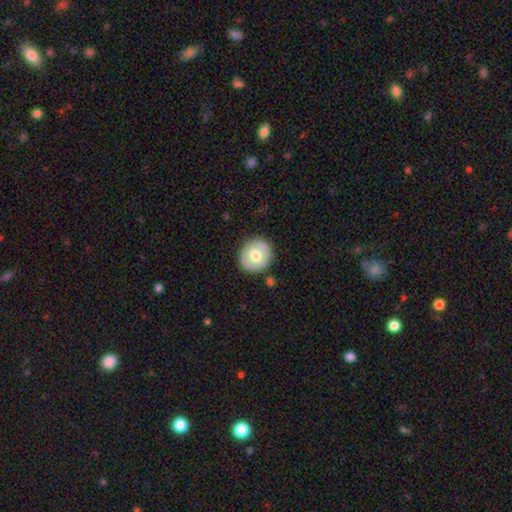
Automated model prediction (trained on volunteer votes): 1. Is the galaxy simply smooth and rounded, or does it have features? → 57% smooth, 37% featured or disk, 6% star or artifact.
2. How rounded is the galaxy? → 80% round, 19% in between, 1% cigar-shaped.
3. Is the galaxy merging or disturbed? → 85% none, 10% minor disturbance, 3% major disturbance, 2% merger.